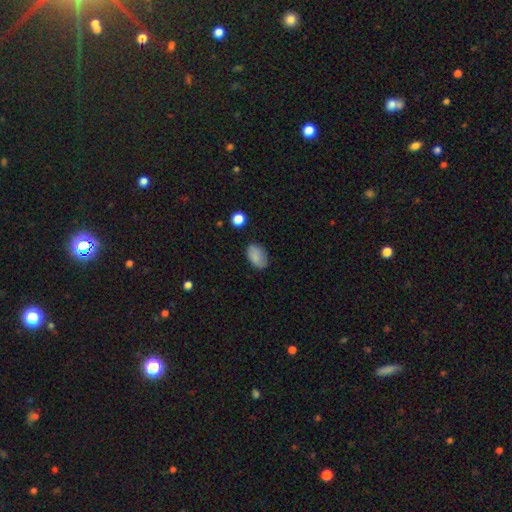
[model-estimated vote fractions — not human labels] The model was most divided on "merging": none: 78%, minor disturbance: 16%, major disturbance: 4%, merger: 2%. More confident: how rounded — in between (90%); smooth or featured — smooth (85%).